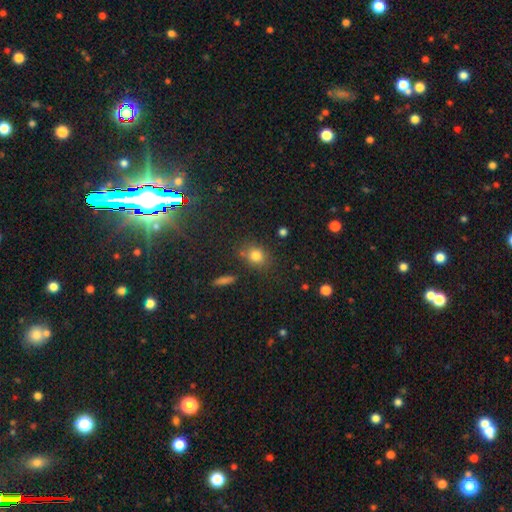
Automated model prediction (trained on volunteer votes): Smooth or featured? Predicted: smooth (p=0.78). How rounded? Predicted: round (p=0.64). Merging? Predicted: none (p=0.77).